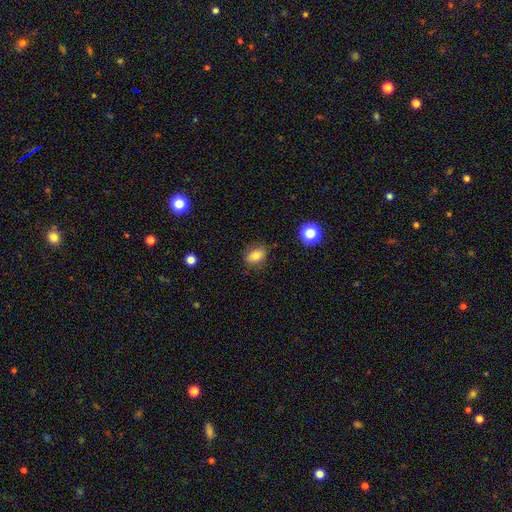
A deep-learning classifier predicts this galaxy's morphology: A smooth galaxy with no disk features (80%) that is in between round and cigar-shaped (72%).

Vote fractions:
- Smooth or featured? smooth: 80% / star or artifact: 11% / featured or disk: 9%
- How rounded? in between: 72% / round: 27% / cigar-shaped: 2%
- Merging? none: 83% / minor disturbance: 13% / major disturbance: 3% / merger: 2%